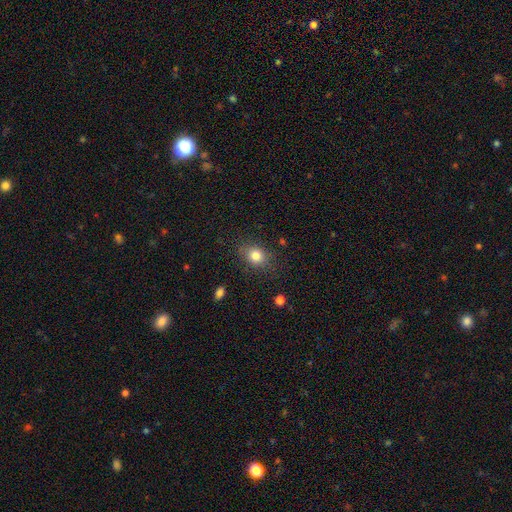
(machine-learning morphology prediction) Smooth or featured? smooth (82%)
How rounded? in between (51%)
Merging? none (81%)